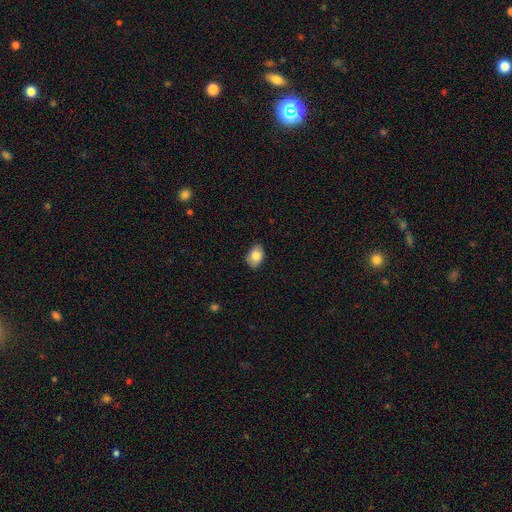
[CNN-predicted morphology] Smooth or featured? Predicted: smooth (p=0.82). How rounded? Predicted: in between (p=0.83). Merging? Predicted: none (p=0.83).